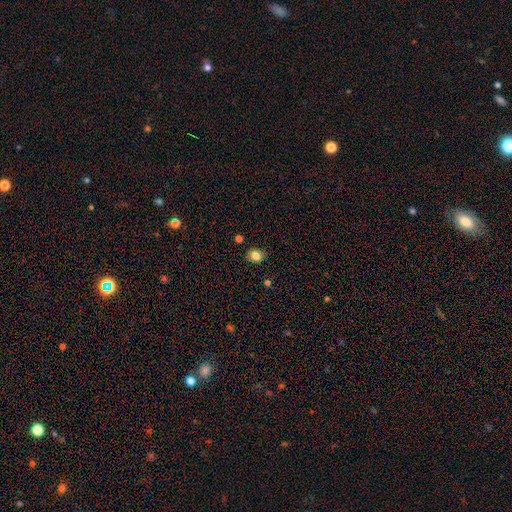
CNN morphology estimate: Smooth or featured? Predicted: smooth (p=0.83). How rounded? Predicted: round (p=0.57). Merging? Predicted: none (p=0.86).